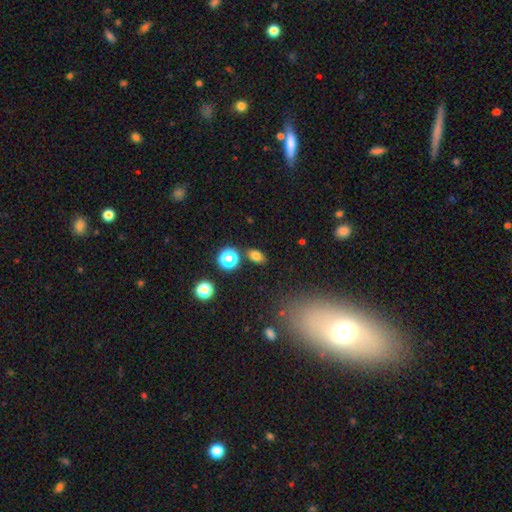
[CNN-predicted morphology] Smooth or featured: smooth — 78% (star or artifact — 15%)
How rounded: in between — 79% (round — 18%)
Merging: none — 81% (minor disturbance — 10%)